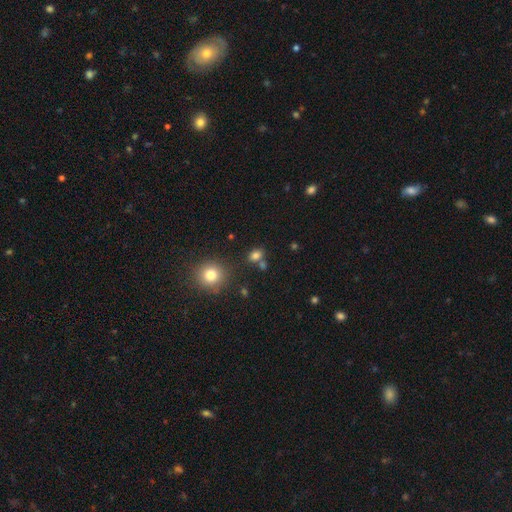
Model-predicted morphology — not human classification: The model was most divided on "how rounded": in between: 61%, round: 38%, cigar-shaped: 2%. More confident: smooth or featured — smooth (79%); merging — none (67%).